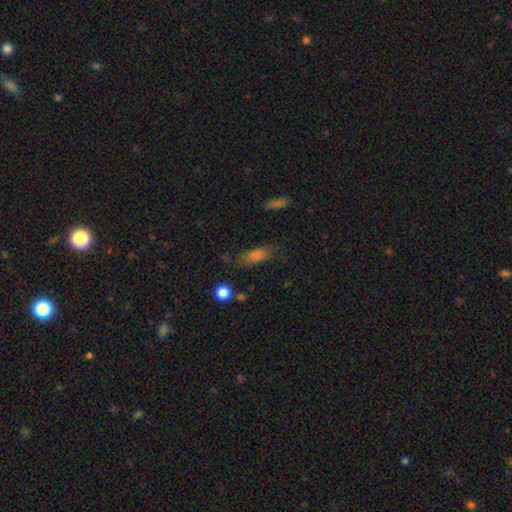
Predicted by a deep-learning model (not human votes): Smooth or featured: smooth — 74% (star or artifact — 13%)
How rounded: in between — 62% (cigar-shaped — 33%)
Merging: none — 74% (minor disturbance — 17%)